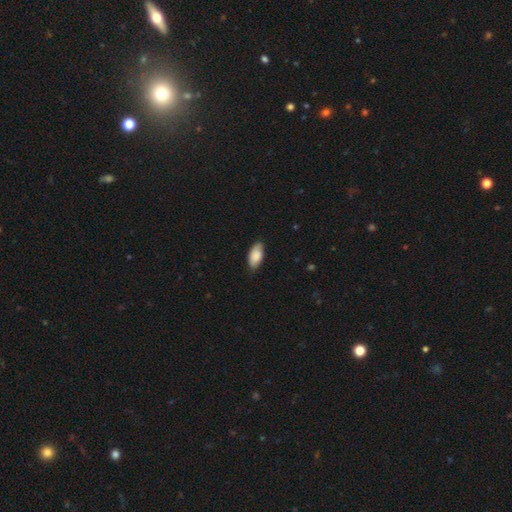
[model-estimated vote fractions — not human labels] The model was most divided on "merging": none: 78%, minor disturbance: 19%, major disturbance: 3%, merger: 1%. More confident: how rounded — in between (93%); smooth or featured — smooth (85%).